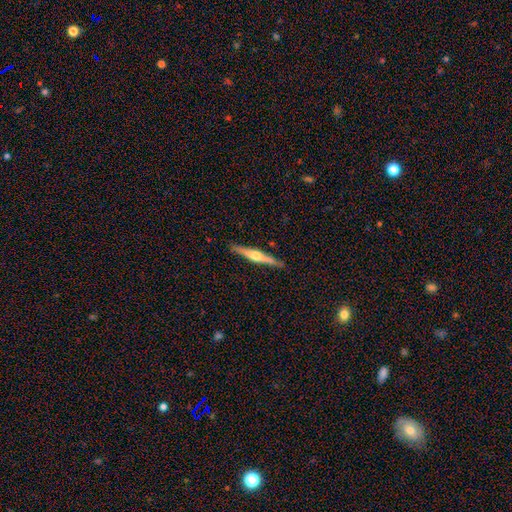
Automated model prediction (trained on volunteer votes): This appears to be a featured or disk galaxy (67%) viewed edge-on (98%) with a rounded central bulge (86%). Merging: none (87%).